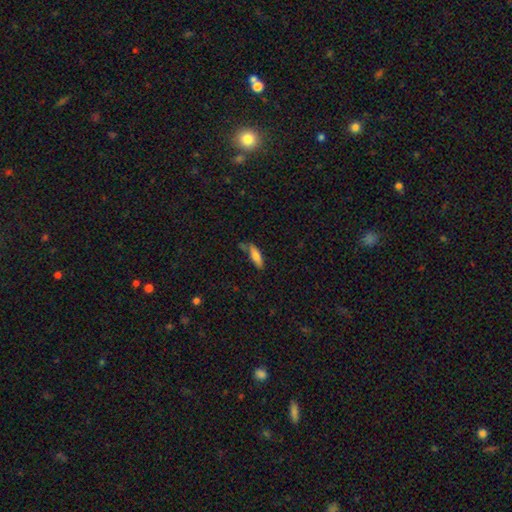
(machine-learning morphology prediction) This is likely a smooth galaxy (79%). How rounded: possibly in between (53%). Merging: possibly none (56%).